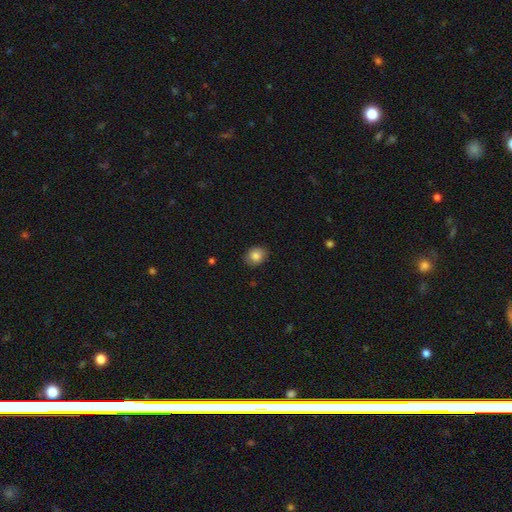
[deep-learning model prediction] Smooth or featured: smooth — 84% (star or artifact — 9%)
How rounded: round — 50% (in between — 49%)
Merging: none — 86% (minor disturbance — 11%)